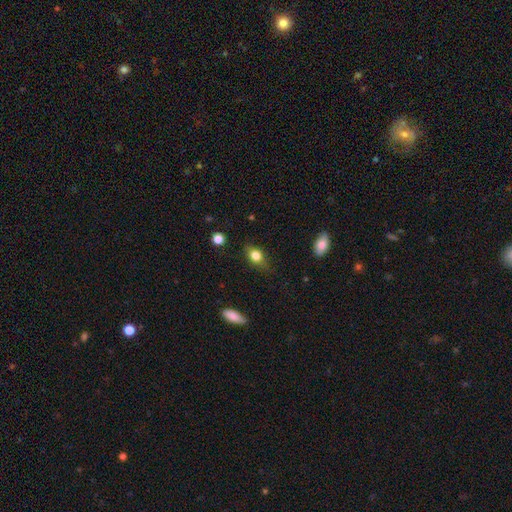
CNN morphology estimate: This is clearly a smooth galaxy (81%). How rounded: likely in between (67%). Merging: likely none (73%).